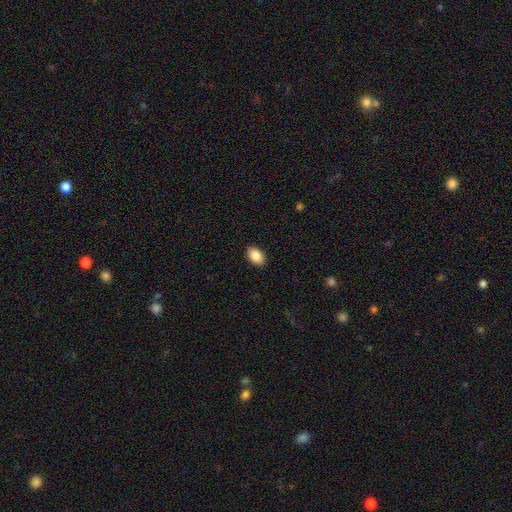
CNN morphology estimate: Smooth or featured? smooth (87%)
How rounded? in between (89%)
Merging? none (90%)